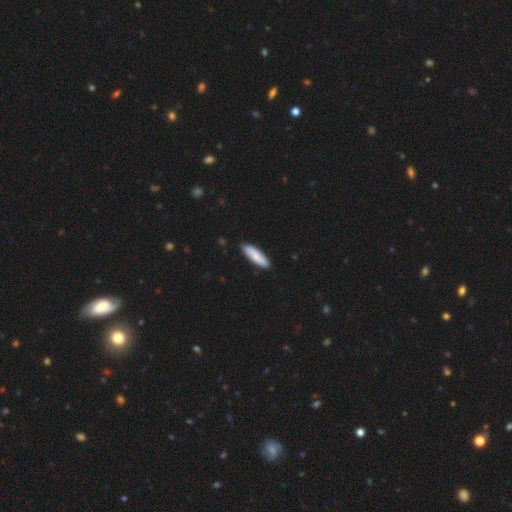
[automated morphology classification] A smooth galaxy with no disk features (77%) that is cigar-shaped (60%). Merging: none (88%).